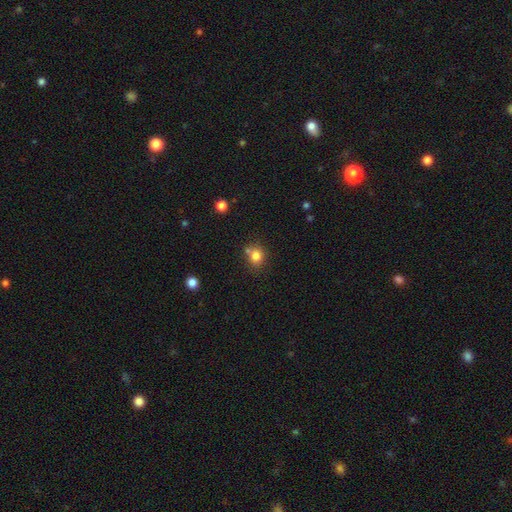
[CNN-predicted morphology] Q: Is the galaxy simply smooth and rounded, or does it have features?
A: smooth — 80%.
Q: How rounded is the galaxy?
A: round — 79%.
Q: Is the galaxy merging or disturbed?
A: none — 66%.